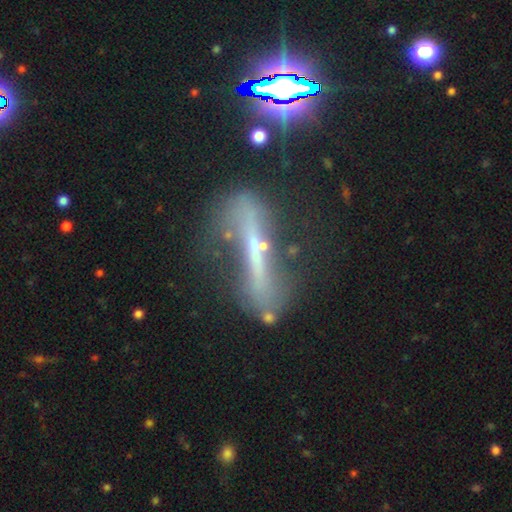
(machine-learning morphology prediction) type=featured or disk (57%); edge-on=yes (60%); merging=none (53%).